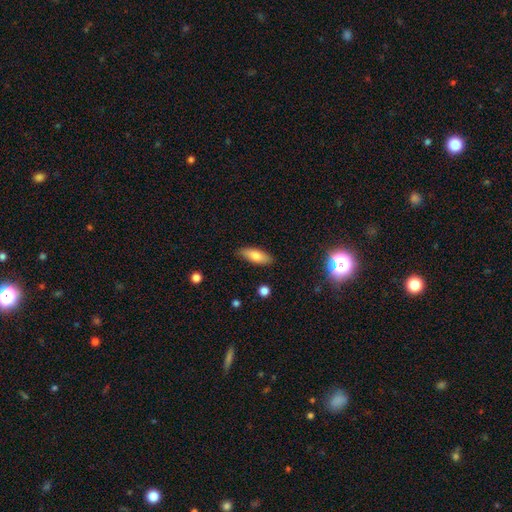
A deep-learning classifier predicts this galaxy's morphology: Smooth or featured: smooth — 78% (featured or disk — 14%)
How rounded: in between — 68% (cigar-shaped — 29%)
Merging: none — 84% (minor disturbance — 12%)